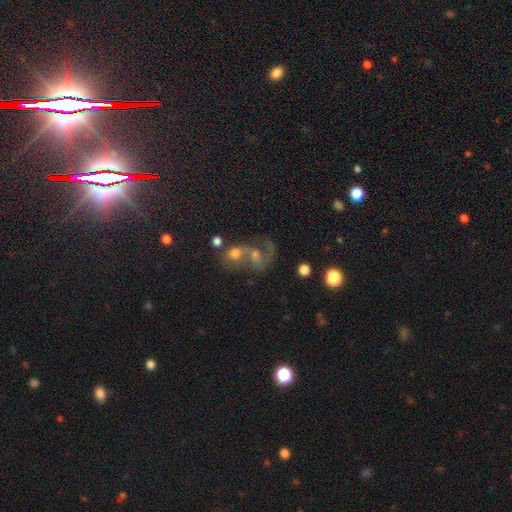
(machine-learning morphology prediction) type=featured or disk (50%); edge-on=no (97%); merging=merger (70%).